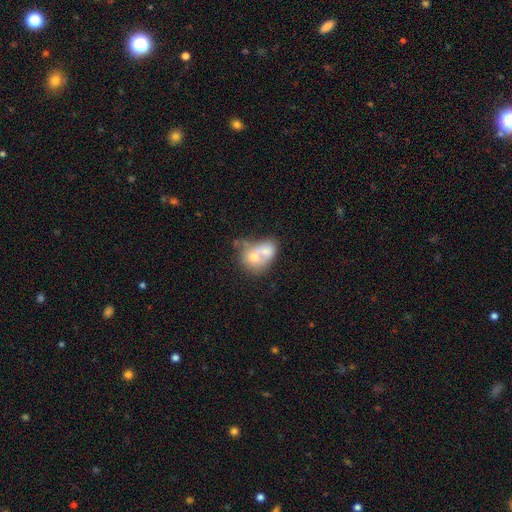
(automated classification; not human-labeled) This appears to be a smooth galaxy with no disk features (58%) that is in between round and cigar-shaped (61%). Merging: merger (69%).